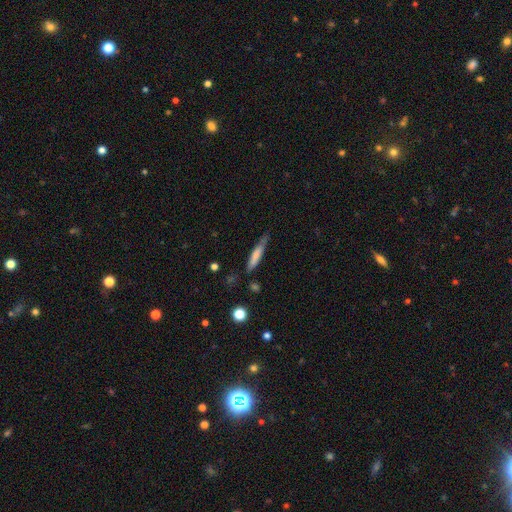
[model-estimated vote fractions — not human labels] A smooth galaxy with no disk features (68%) that is cigar-shaped (88%).

Vote fractions:
- Smooth or featured? smooth: 68% / featured or disk: 26% / star or artifact: 6%
- How rounded? cigar-shaped: 88% / in between: 10% / round: 2%
- Merging? none: 66% / minor disturbance: 25% / major disturbance: 6% / merger: 3%